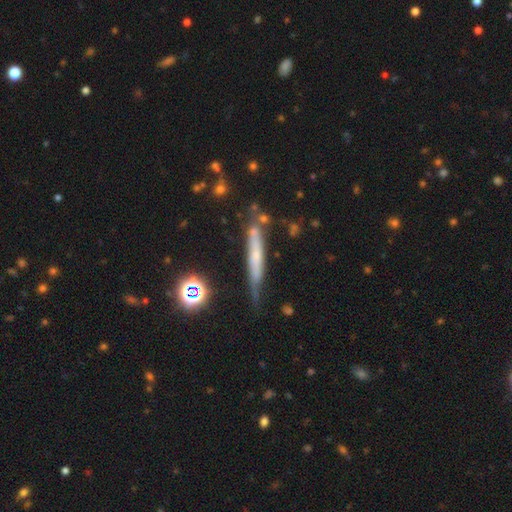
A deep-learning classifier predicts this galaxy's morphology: Smooth or featured: smooth — 45% (featured or disk — 43%)
Merging: none — 59% (minor disturbance — 26%)